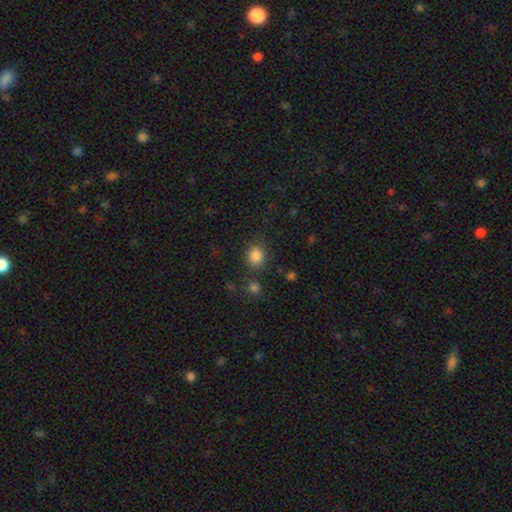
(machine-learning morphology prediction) Smooth or featured? smooth (85%)
How rounded? round (68%)
Merging? none (78%)